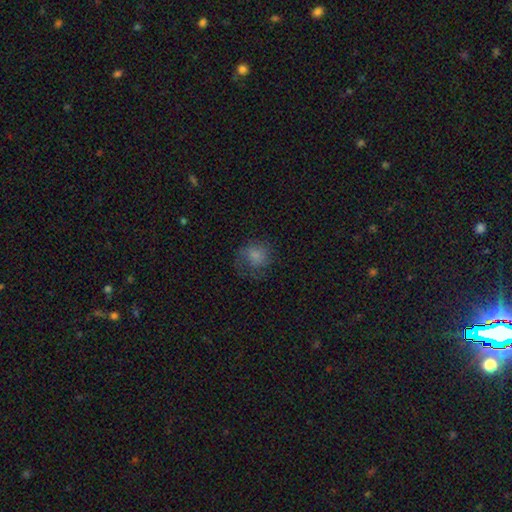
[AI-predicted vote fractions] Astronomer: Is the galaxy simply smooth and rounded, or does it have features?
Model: smooth — 72%.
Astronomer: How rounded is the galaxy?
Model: round — 76%.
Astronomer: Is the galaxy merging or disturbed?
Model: none — 57%.